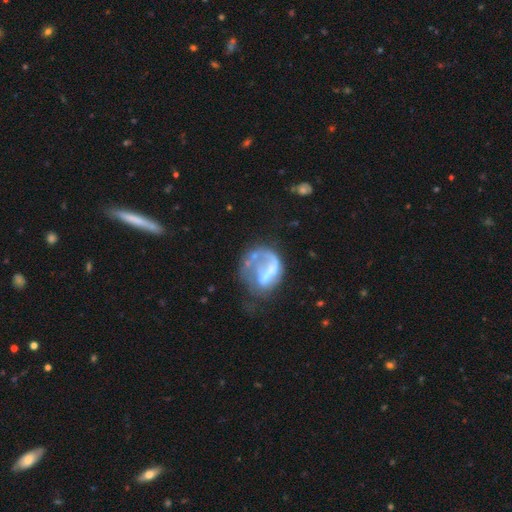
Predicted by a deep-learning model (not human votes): smooth_or_featured: featured or disk (p=0.58) [alt: smooth p=0.32]
disk_edge_on: no (p=0.98) [alt: yes p=0.02]
bar: no (p=0.60) [alt: weak p=0.26]
has_spiral_arms: no (p=0.66) [alt: yes p=0.34]
bulge_size: none (p=0.49) [alt: moderate p=0.23]
merging: major disturbance (p=0.40) [alt: none p=0.32]